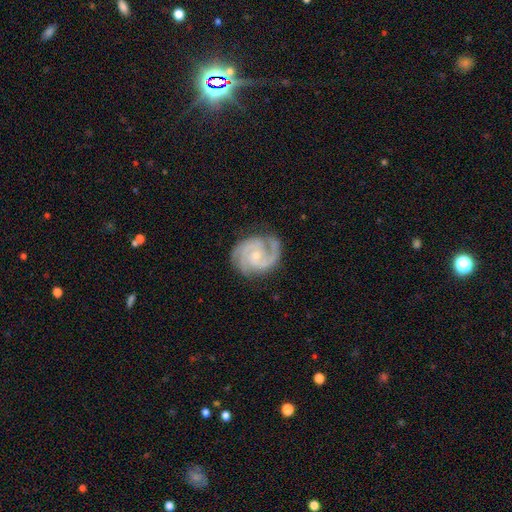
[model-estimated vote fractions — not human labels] featured or disk 92%, star or artifact 4%, smooth 4%. Down the decision tree: edge-on disk — no (98%); bar — no (62%); spiral arms — yes (99%); spiral arm count — 2 (51%); spiral winding — tight (55%); bulge size — small (69%); merging — none (78%).